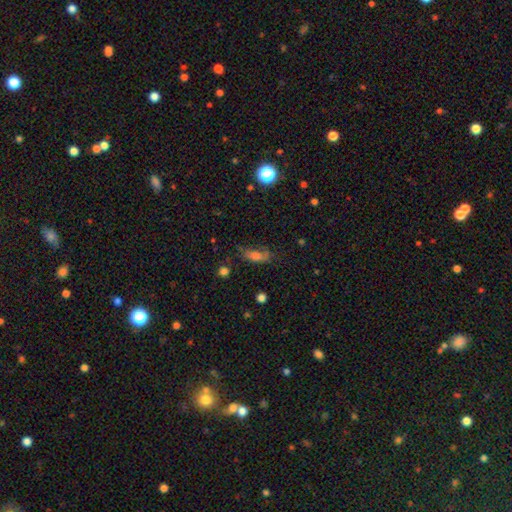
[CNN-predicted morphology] Overall: smooth (57%; featured or disk 23%). How rounded: in between (63%; cigar-shaped 30%). Merging: none (58%; minor disturbance 26%).